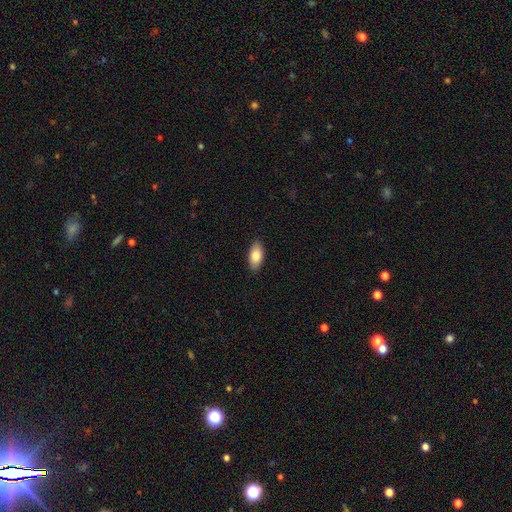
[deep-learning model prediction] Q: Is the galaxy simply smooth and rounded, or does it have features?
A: smooth — 83%.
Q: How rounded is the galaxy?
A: in between — 91%.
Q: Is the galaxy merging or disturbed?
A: none — 88%.